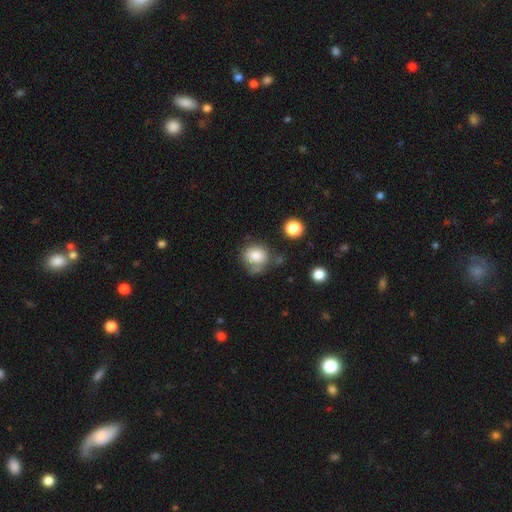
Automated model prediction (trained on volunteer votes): Morphology: type=smooth (81%); roundness=round (69%); merging=none (56%).